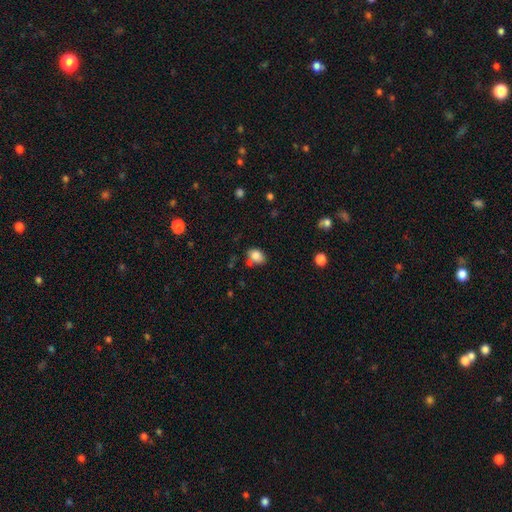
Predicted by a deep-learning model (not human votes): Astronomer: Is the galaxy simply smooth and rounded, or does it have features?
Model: smooth — 83%.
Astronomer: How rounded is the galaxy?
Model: in between — 73%.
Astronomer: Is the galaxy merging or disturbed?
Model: none — 61%.